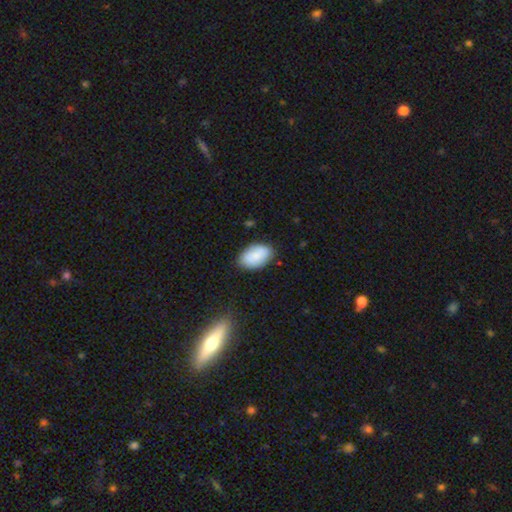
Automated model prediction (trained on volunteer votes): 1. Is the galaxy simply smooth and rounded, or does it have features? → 77% smooth, 16% featured or disk, 7% star or artifact.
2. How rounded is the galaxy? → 91% in between, 8% round, 1% cigar-shaped.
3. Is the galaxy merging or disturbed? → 78% none, 16% minor disturbance, 3% major disturbance, 3% merger.